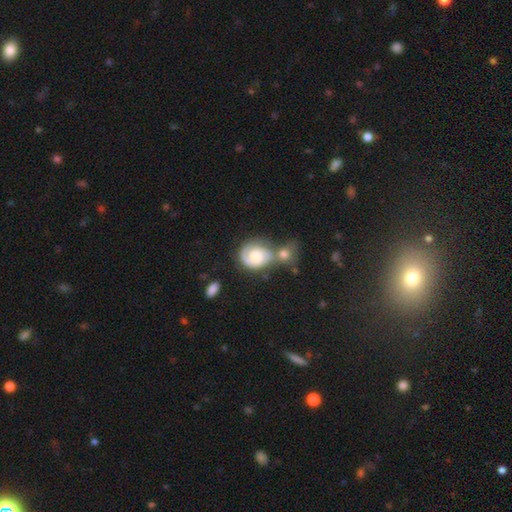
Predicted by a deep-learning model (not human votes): smooth_or_featured: featured or disk (p=0.62) [alt: smooth p=0.31]
disk_edge_on: no (p=0.98) [alt: yes p=0.02]
bar: no (p=0.70) [alt: weak p=0.26]
has_spiral_arms: yes (p=0.87) [alt: no p=0.13]
spiral_winding: tight (p=0.48) [alt: medium p=0.35]
spiral_arm_count: 1 (p=0.50) [alt: 2 p=0.37]
bulge_size: moderate (p=0.42) [alt: large p=0.30]
merging: merger (p=0.45) [alt: none p=0.28]